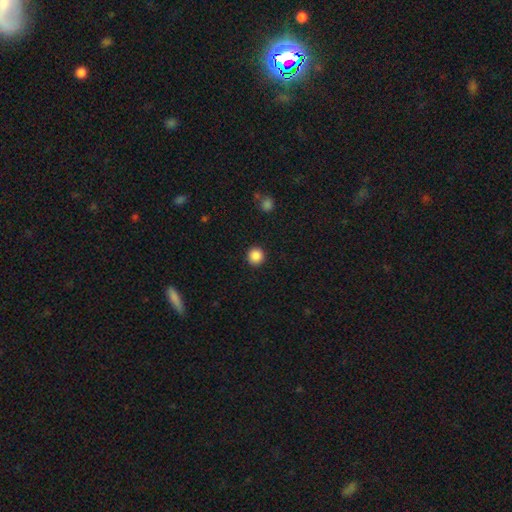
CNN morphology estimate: This is clearly a smooth galaxy (87%). How rounded: clearly round (95%). Merging: clearly none (93%).